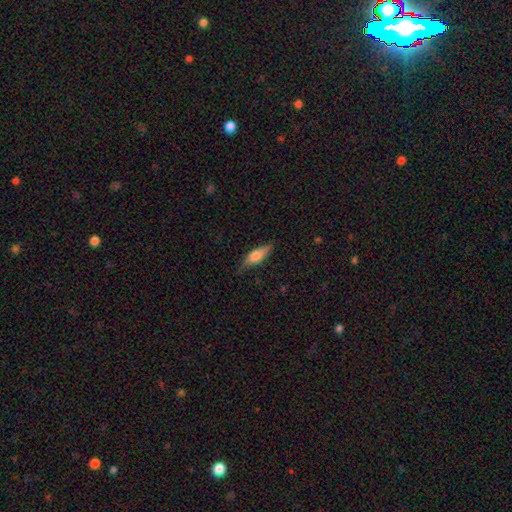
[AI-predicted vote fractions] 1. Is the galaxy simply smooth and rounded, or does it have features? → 68% smooth, 26% featured or disk, 6% star or artifact.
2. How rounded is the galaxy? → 54% in between, 44% cigar-shaped, 2% round.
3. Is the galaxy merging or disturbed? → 72% none, 23% minor disturbance, 4% major disturbance, 1% merger.